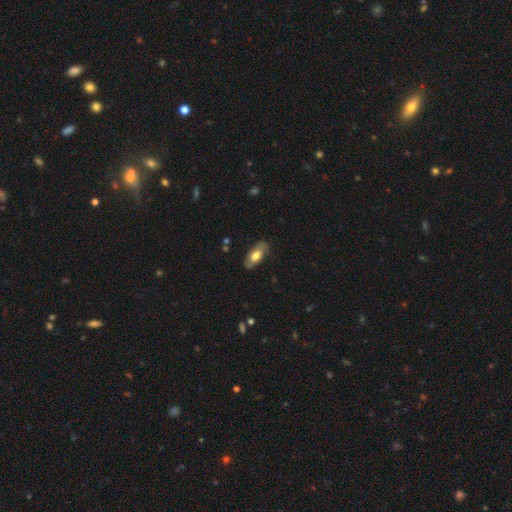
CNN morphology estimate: smooth-or-featured: smooth: 48% | featured or disk: 46% | star or artifact: 6%
  merging: none: 78% | minor disturbance: 16% | major disturbance: 4% | merger: 1%